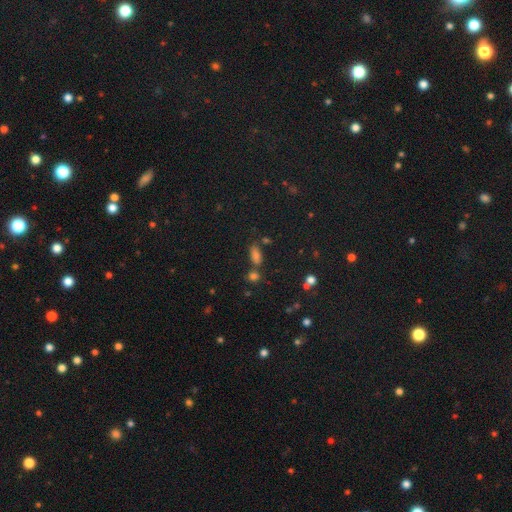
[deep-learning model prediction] Overall: smooth (68%). How rounded: in between (80%). Merging: none (63%).